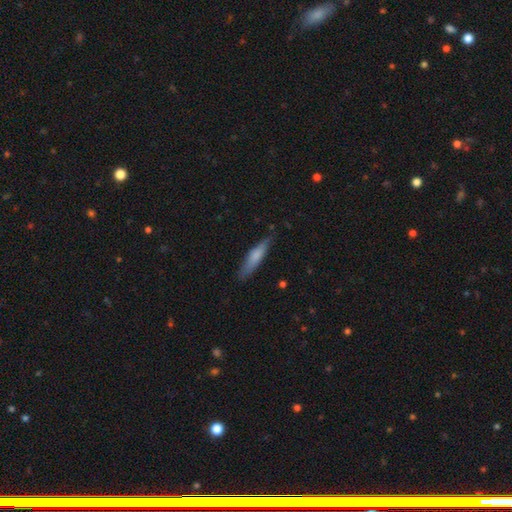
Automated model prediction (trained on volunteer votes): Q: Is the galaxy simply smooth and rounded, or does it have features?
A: smooth — 68%.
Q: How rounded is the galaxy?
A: cigar-shaped — 82%.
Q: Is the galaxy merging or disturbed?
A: none — 81%.